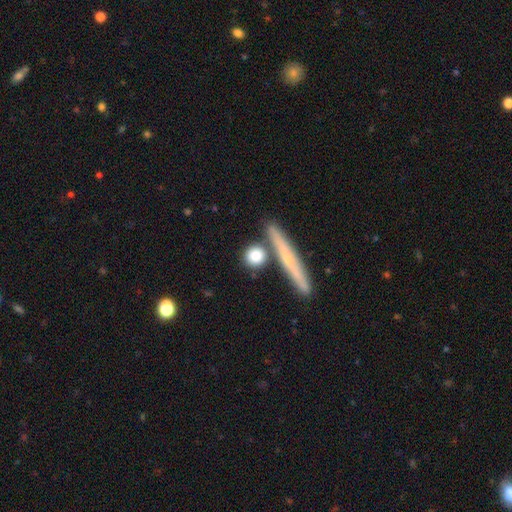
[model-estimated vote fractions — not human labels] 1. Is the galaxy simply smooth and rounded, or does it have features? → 78% smooth, 15% featured or disk, 7% star or artifact.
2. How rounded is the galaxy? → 69% round, 19% cigar-shaped, 12% in between.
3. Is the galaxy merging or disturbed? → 75% none, 11% merger, 11% minor disturbance, 4% major disturbance.